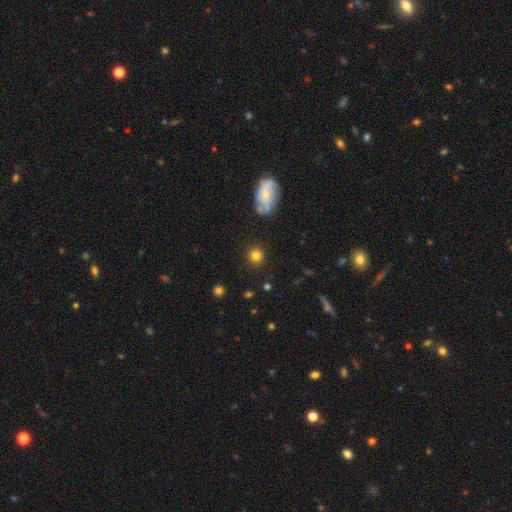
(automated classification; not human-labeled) Smooth or featured? Predicted: smooth (p=0.80). How rounded? Predicted: round (p=0.87). Merging? Predicted: none (p=0.87).